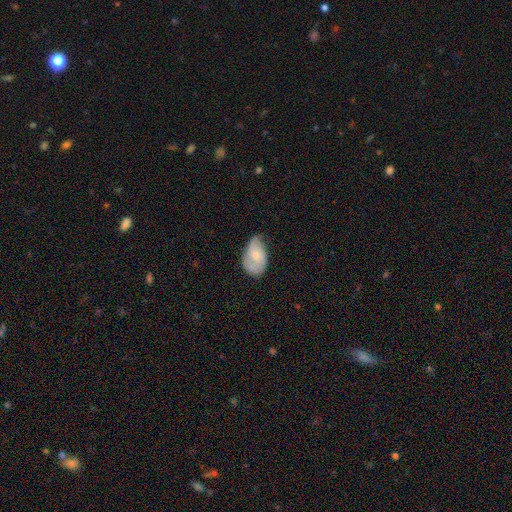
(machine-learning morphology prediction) Overall: smooth (48%; featured or disk 45%). Merging: none (45%; minor disturbance 40%).